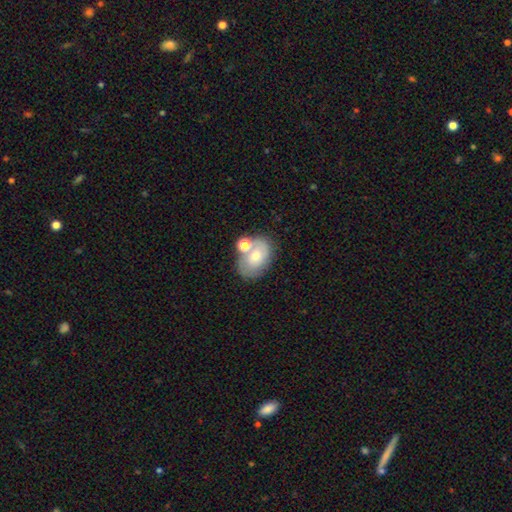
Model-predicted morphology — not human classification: Q: Smooth or featured?
A: smooth (56%); runner-up: featured or disk (34%)
Q: How rounded?
A: in between (75%); runner-up: round (23%)
Q: Merging?
A: none (52%); runner-up: merger (24%)